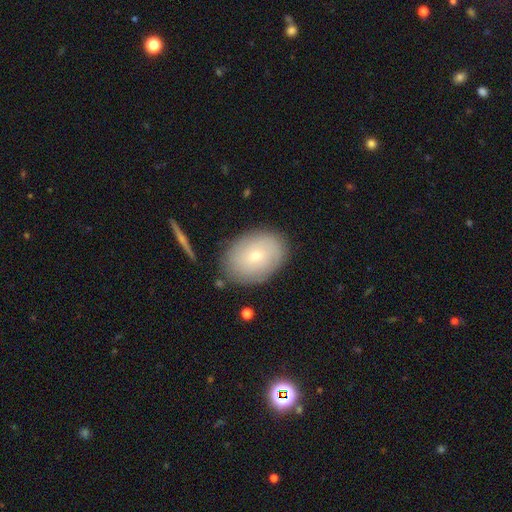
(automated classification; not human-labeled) smooth 65%, featured or disk 27%, star or artifact 8%. Down the decision tree: how rounded — in between (77%); merging — none (82%).